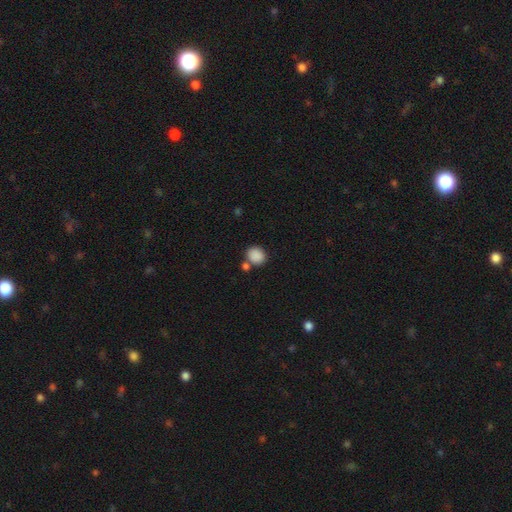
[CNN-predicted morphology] Q: Smooth or featured?
A: smooth (88%); runner-up: star or artifact (9%)
Q: How rounded?
A: round (67%); runner-up: in between (32%)
Q: Merging?
A: none (67%); runner-up: merger (19%)